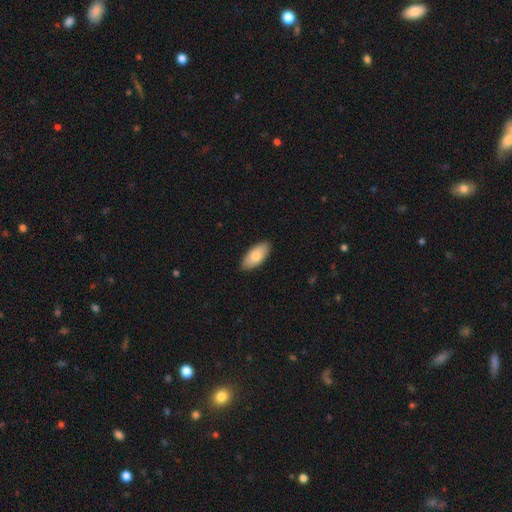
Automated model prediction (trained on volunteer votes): smooth 82%, featured or disk 13%, star or artifact 6%. Down the decision tree: how rounded — in between (92%); merging — none (89%).